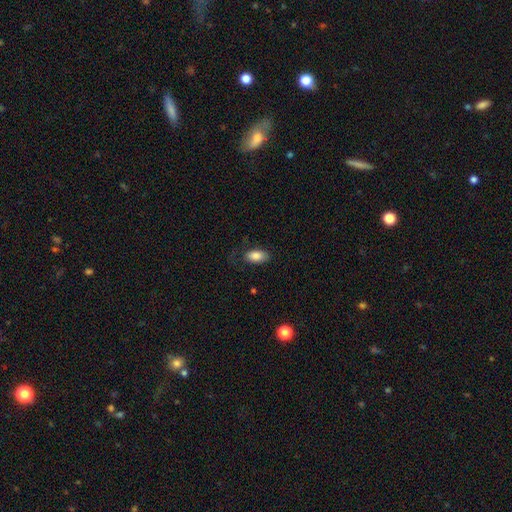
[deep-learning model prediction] Smooth or featured?
  - smooth: 84% *
  - featured or disk: 8%
  - star or artifact: 7%
How rounded?
  - in between: 93% *
  - round: 4%
  - cigar-shaped: 3%
Merging?
  - none: 70% *
  - minor disturbance: 19%
  - major disturbance: 10%
  - merger: 1%